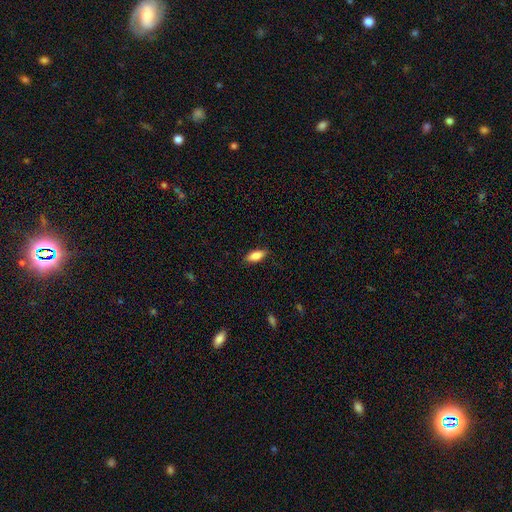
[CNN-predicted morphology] Q: Smooth or featured?
A: smooth (82%); runner-up: featured or disk (12%)
Q: How rounded?
A: in between (82%); runner-up: cigar-shaped (15%)
Q: Merging?
A: none (86%); runner-up: minor disturbance (11%)